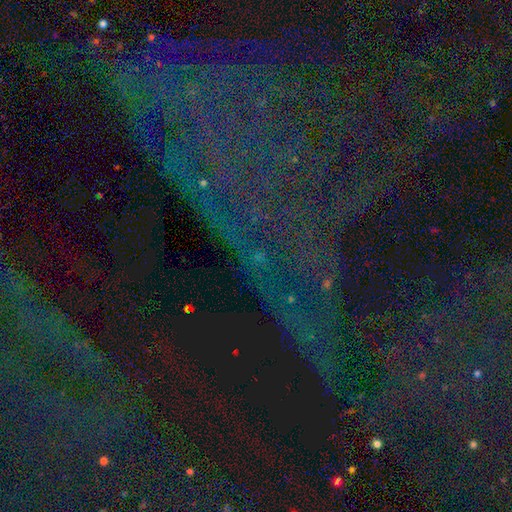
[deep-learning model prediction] This appears to be a star or artifact, not a galaxy (81%).